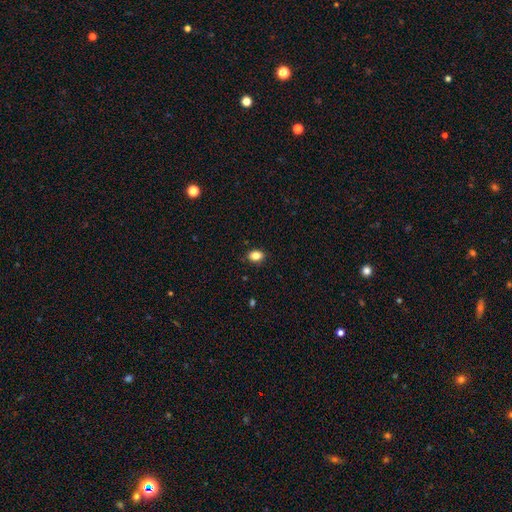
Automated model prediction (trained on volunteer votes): smooth_or_featured: smooth (p=0.85) [alt: star or artifact p=0.10]
how_rounded: in between (p=0.72) [alt: round p=0.27]
merging: none (p=0.87) [alt: minor disturbance p=0.10]